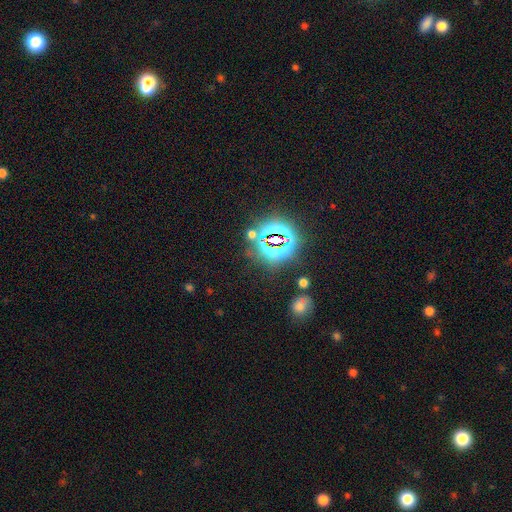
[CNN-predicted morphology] Smooth or featured: star or artifact — 83% (smooth — 11%)